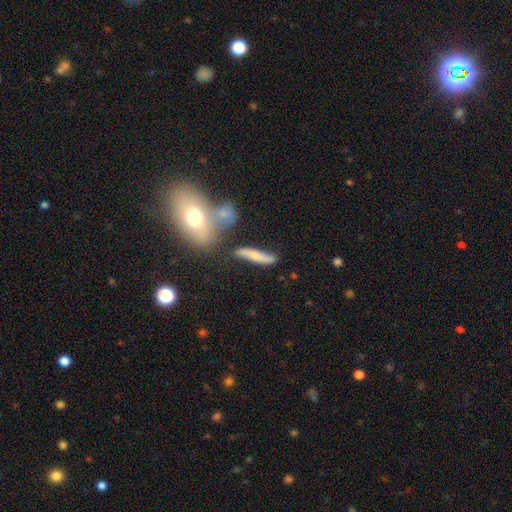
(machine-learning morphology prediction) smooth_or_featured: smooth (p=0.58) [alt: featured or disk p=0.35]
how_rounded: cigar-shaped (p=0.81) [alt: in between p=0.16]
merging: none (p=0.68) [alt: minor disturbance p=0.16]